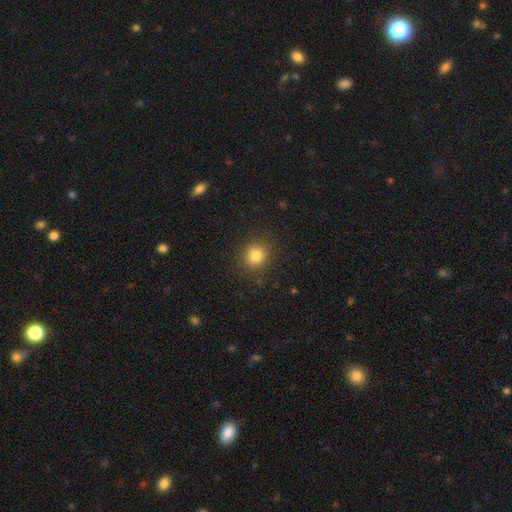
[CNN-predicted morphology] The model was most divided on "how rounded": round: 84%, in between: 15%, cigar-shaped: 1%. More confident: merging — none (86%); smooth or featured — smooth (82%).